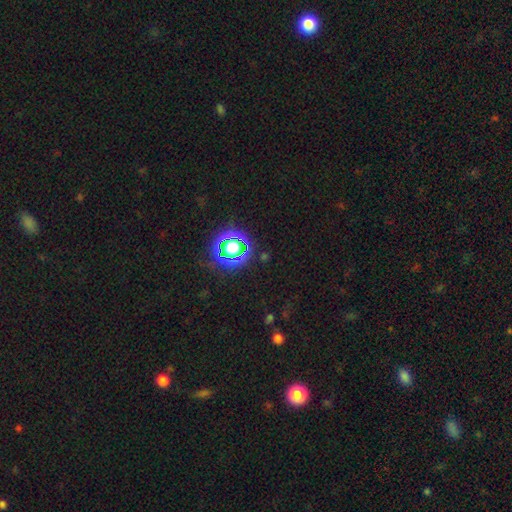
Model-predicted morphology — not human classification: star or artifact 76%, smooth 16%, featured or disk 7%.